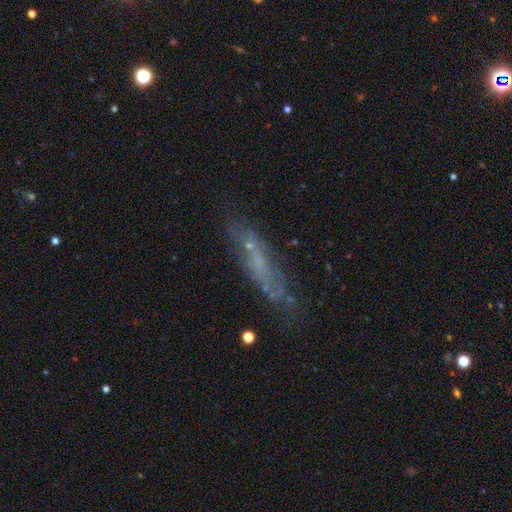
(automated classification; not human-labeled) Smooth or featured? Predicted: featured or disk (p=0.47). Merging? Predicted: none (p=0.62).